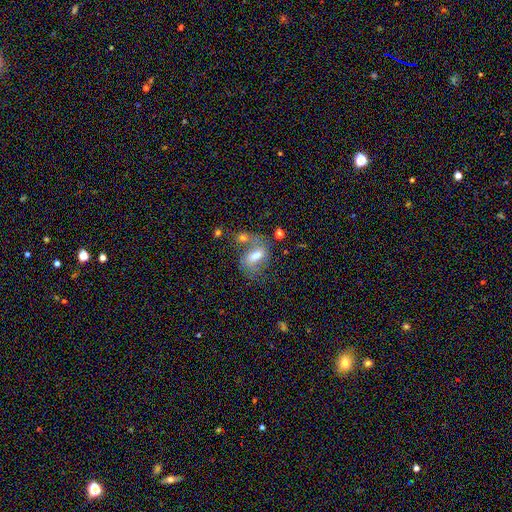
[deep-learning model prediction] Smooth or featured? Predicted: smooth (p=0.49). Merging? Predicted: none (p=0.36).